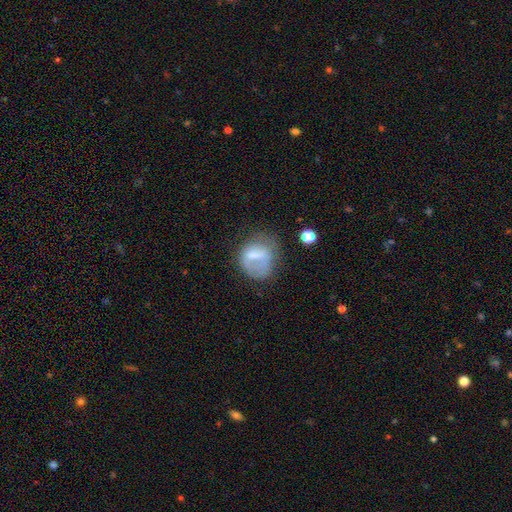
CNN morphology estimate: This is possibly a smooth galaxy (57%). How rounded: likely round (64%). Merging: marginally none (38%).